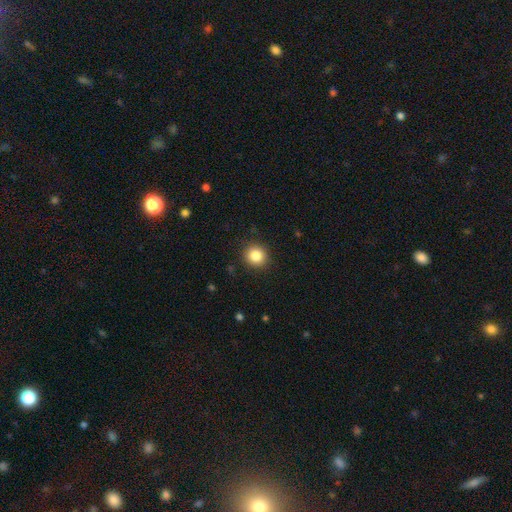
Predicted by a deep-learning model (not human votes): Smooth or featured? smooth (84%)
How rounded? round (89%)
Merging? none (90%)